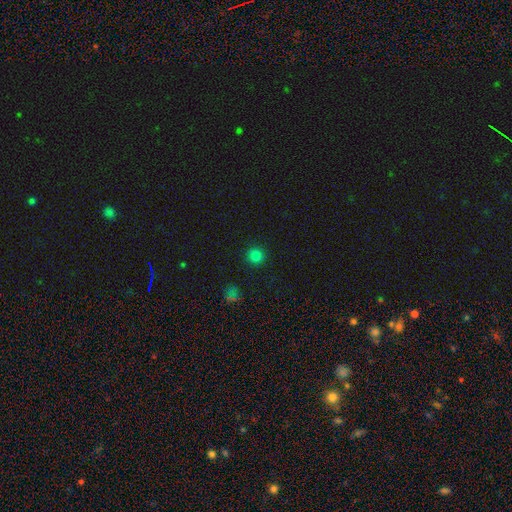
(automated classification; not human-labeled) The model was most divided on "smooth or featured": smooth: 81%, star or artifact: 15%, featured or disk: 4%. More confident: how rounded — round (95%); merging — none (92%).